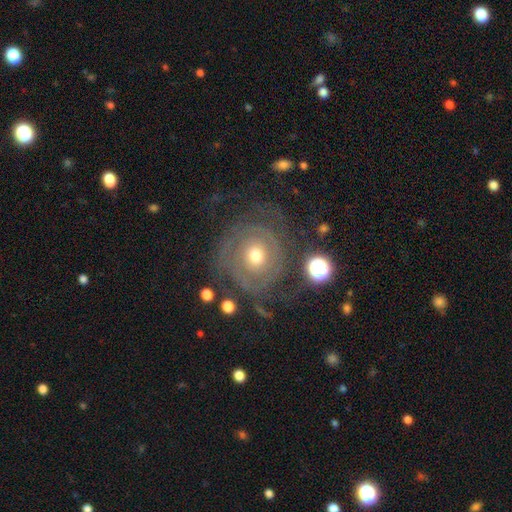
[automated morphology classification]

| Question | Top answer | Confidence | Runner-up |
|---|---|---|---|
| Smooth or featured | featured or disk | 77% | smooth (14%) |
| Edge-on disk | no | 97% | yes (3%) |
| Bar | no | 82% | weak (14%) |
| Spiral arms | yes | 85% | no (15%) |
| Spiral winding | tight | 72% | medium (20%) |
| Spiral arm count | can't tell | 38% | 2 (29%) |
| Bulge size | moderate | 61% | small (31%) |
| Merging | none | 66% | major disturbance (16%) |